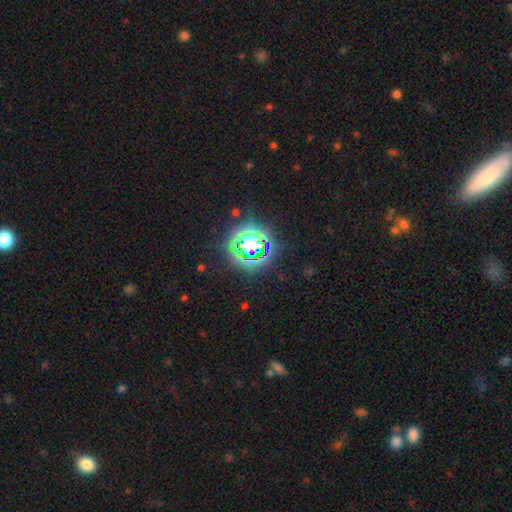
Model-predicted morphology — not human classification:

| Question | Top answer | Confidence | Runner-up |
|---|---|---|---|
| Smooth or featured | star or artifact | 77% | smooth (14%) |